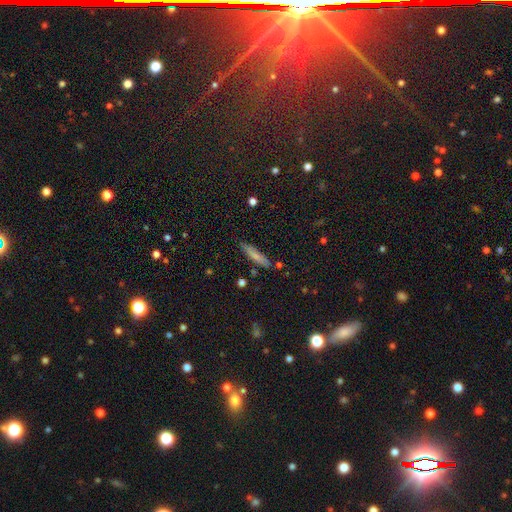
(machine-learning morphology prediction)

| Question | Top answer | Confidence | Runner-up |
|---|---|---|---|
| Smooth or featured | smooth | 71% | featured or disk (21%) |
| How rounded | cigar-shaped | 85% | in between (13%) |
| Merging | none | 85% | minor disturbance (11%) |